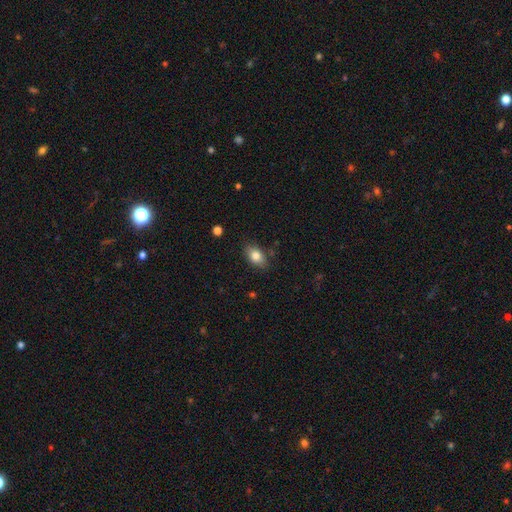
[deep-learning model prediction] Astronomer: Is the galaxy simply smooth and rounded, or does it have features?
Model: smooth — 81%.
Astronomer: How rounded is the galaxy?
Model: in between — 87%.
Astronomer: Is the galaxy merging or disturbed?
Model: none — 83%.